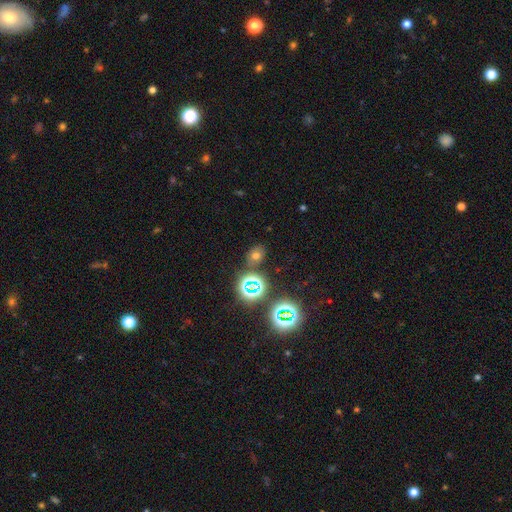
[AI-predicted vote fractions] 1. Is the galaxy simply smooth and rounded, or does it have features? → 56% smooth, 32% star or artifact, 11% featured or disk.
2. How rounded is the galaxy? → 52% in between, 47% round, 1% cigar-shaped.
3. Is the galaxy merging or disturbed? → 78% none, 12% minor disturbance, 6% merger, 4% major disturbance.